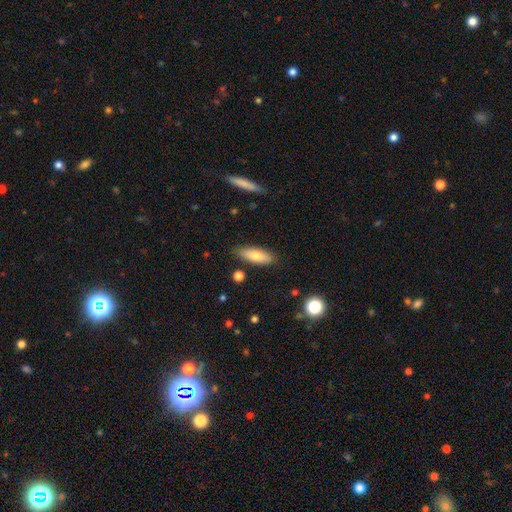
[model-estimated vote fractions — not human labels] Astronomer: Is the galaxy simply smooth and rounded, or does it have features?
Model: smooth — 75%.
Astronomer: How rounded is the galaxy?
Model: in between — 56% (runner-up: cigar-shaped, 42%).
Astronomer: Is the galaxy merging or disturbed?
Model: none — 84%.